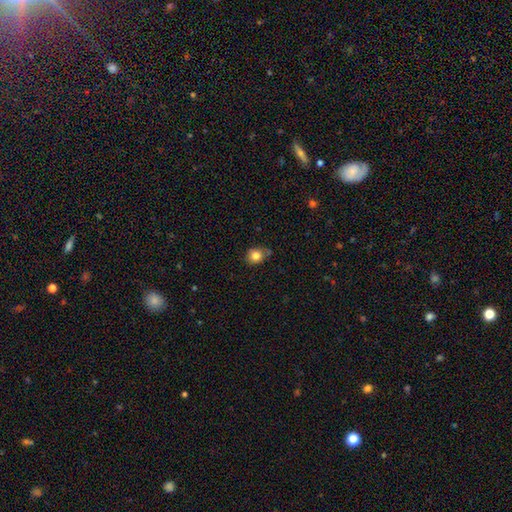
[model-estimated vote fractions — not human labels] This appears to be a smooth galaxy with no disk features (82%) that is round (69%). Merging: none (68%).